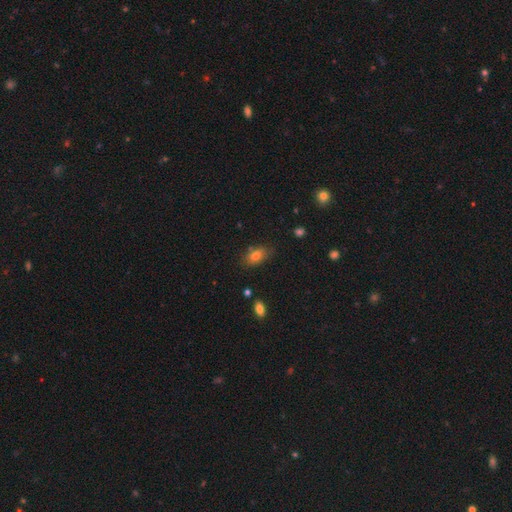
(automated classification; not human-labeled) smooth 79%, featured or disk 11%, star or artifact 10%. Down the decision tree: how rounded — in between (87%); merging — none (76%).